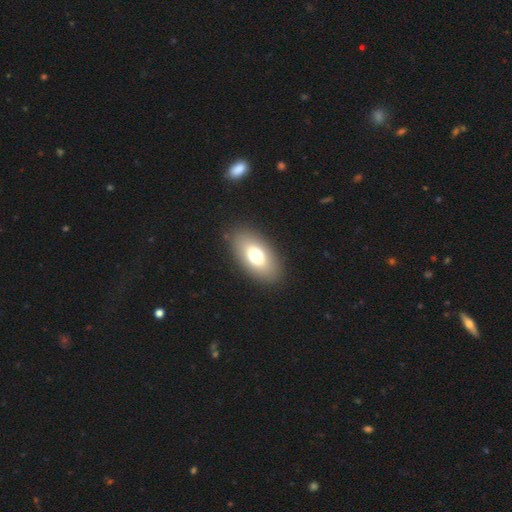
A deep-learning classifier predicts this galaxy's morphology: type=smooth (71%); roundness=in between (91%); merging=none (88%).